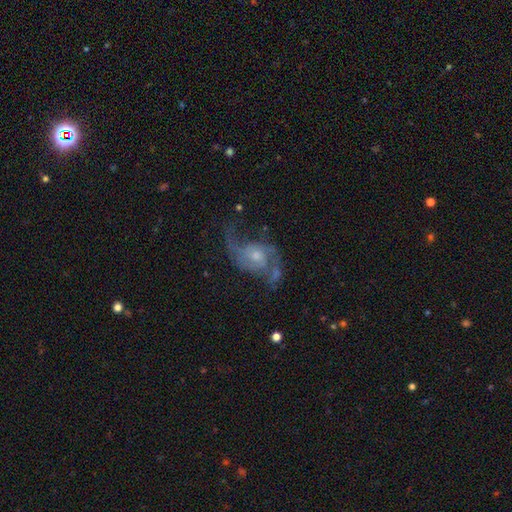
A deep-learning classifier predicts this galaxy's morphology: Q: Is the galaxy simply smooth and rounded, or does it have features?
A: featured or disk — 85%.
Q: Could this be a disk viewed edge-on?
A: no — 97%.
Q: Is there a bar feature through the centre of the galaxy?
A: no — 64%.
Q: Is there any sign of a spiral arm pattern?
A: yes — 95%.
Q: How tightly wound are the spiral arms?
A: loose — 58%.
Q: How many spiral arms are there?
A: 2 — 89%.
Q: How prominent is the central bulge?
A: small — 48%.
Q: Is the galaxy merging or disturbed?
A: none — 60%.